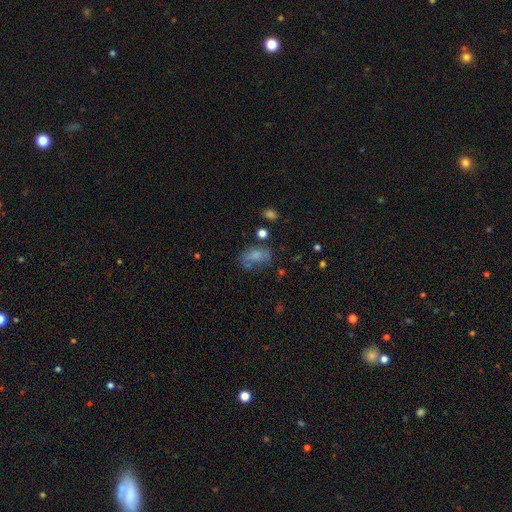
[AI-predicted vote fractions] A smooth galaxy with no disk features (69%) that is in between round and cigar-shaped (83%). Merging: none (48%).